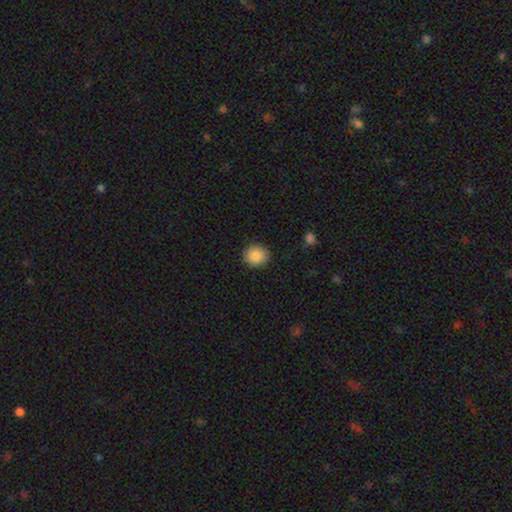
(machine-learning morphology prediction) Q: Smooth or featured?
A: smooth (87%); runner-up: star or artifact (8%)
Q: How rounded?
A: round (89%); runner-up: in between (10%)
Q: Merging?
A: none (90%); runner-up: minor disturbance (7%)